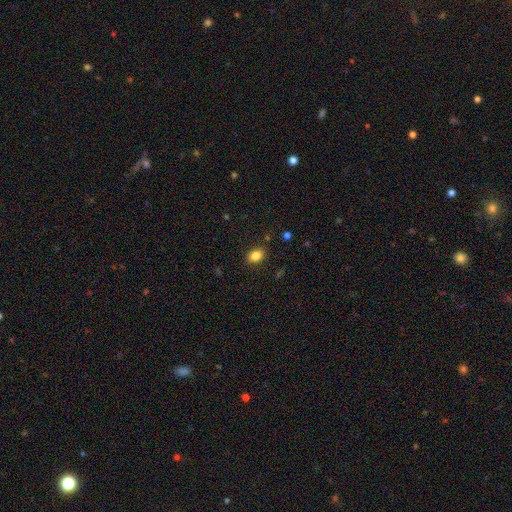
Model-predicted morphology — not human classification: Q: Smooth or featured?
A: smooth (84%); runner-up: star or artifact (10%)
Q: How rounded?
A: in between (76%); runner-up: round (23%)
Q: Merging?
A: none (87%); runner-up: minor disturbance (9%)